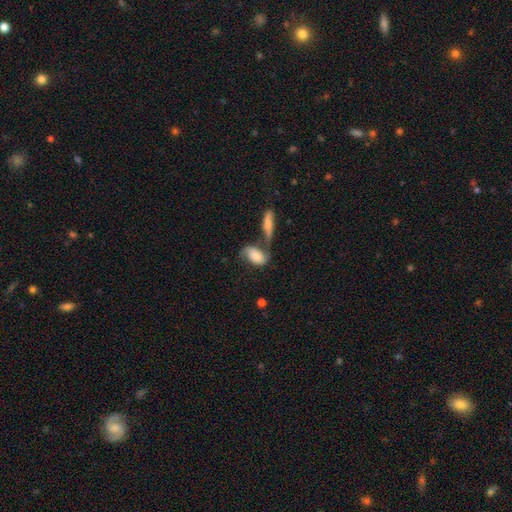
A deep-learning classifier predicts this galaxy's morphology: A smooth galaxy with no disk features (59%) that is in between round and cigar-shaped (87%). Merging: merger (49%).